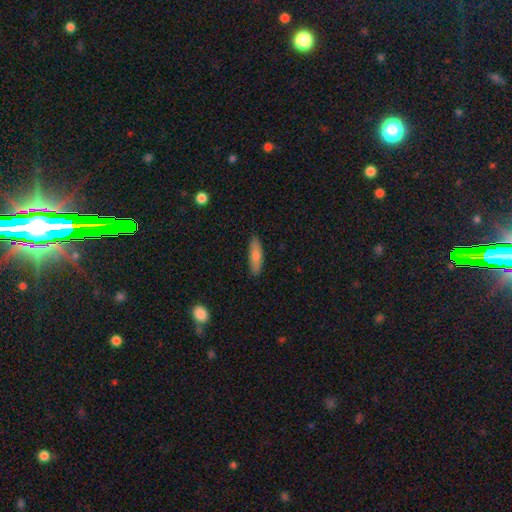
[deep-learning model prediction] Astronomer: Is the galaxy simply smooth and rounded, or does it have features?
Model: smooth — 79%.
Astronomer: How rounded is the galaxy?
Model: cigar-shaped — 60% (runner-up: in between, 38%).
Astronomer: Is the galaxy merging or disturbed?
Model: none — 88%.